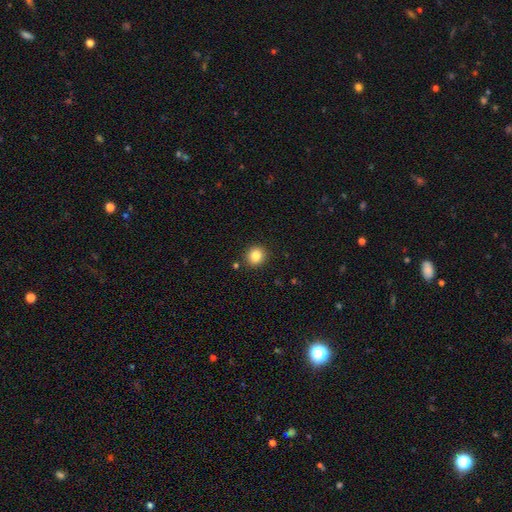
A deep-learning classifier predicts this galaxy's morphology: This is clearly a smooth galaxy (83%). How rounded: clearly round (89%). Merging: clearly none (89%).